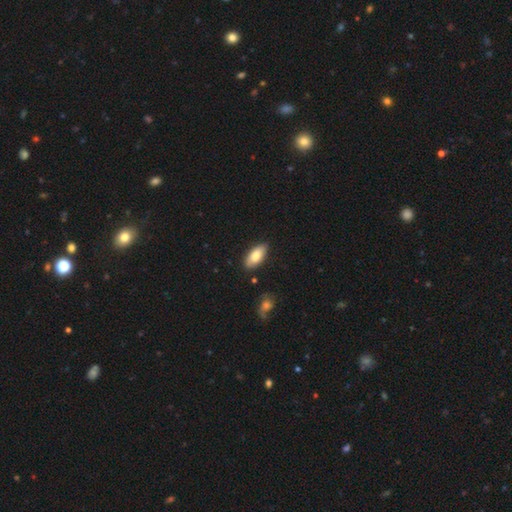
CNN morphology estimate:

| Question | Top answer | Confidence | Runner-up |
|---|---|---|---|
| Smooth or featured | smooth | 81% | featured or disk (13%) |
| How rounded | in between | 90% | cigar-shaped (8%) |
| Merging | none | 83% | minor disturbance (13%) |